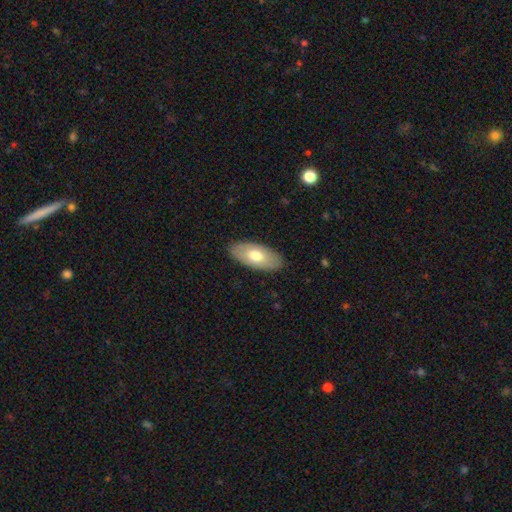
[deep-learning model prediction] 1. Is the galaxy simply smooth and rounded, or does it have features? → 68% smooth, 27% featured or disk, 5% star or artifact.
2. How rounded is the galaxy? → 92% in between, 5% cigar-shaped, 2% round.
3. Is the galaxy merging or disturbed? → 88% none, 9% minor disturbance, 2% major disturbance, 1% merger.